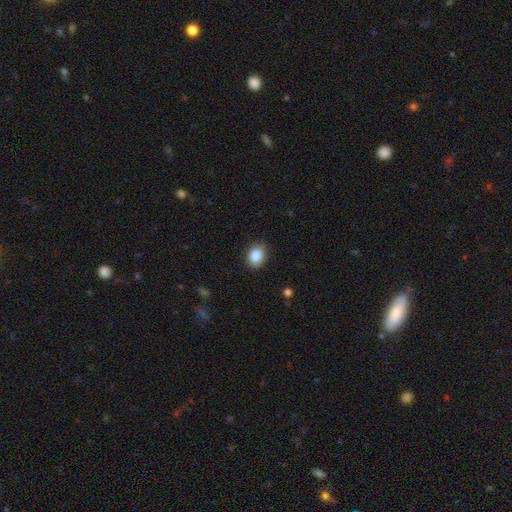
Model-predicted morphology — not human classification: smooth 85%, star or artifact 9%, featured or disk 6%. Down the decision tree: how rounded — in between (59%); merging — none (85%).